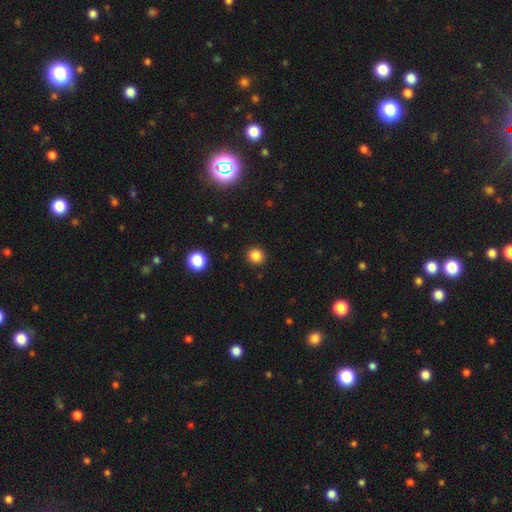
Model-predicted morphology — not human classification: A smooth galaxy with no disk features (84%) that is round (90%).

Vote fractions:
- Smooth or featured? smooth: 84% / star or artifact: 13% / featured or disk: 3%
- How rounded? round: 90% / in between: 9% / cigar-shaped: 1%
- Merging? none: 91% / minor disturbance: 6% / major disturbance: 2% / merger: 1%